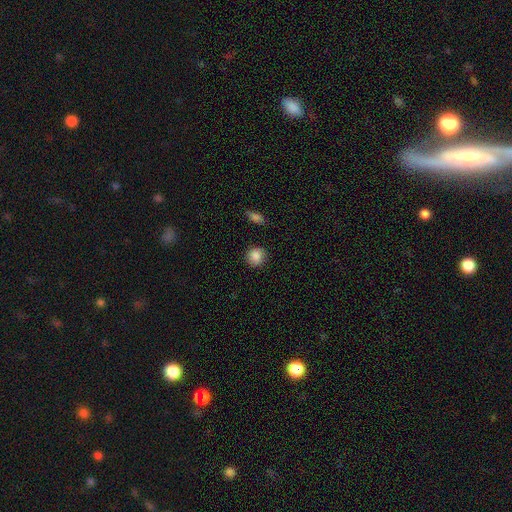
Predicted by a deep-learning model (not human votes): Smooth or featured? smooth (87%)
How rounded? round (87%)
Merging? none (87%)